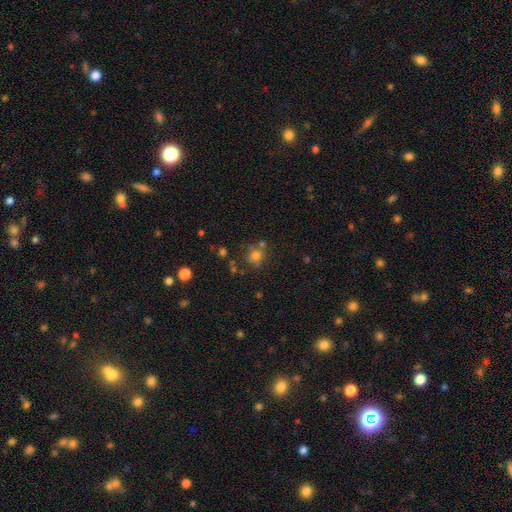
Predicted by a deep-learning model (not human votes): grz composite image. It shows a smooth galaxy with no disk features (67%) that is round (77%). Merging: none (59%).